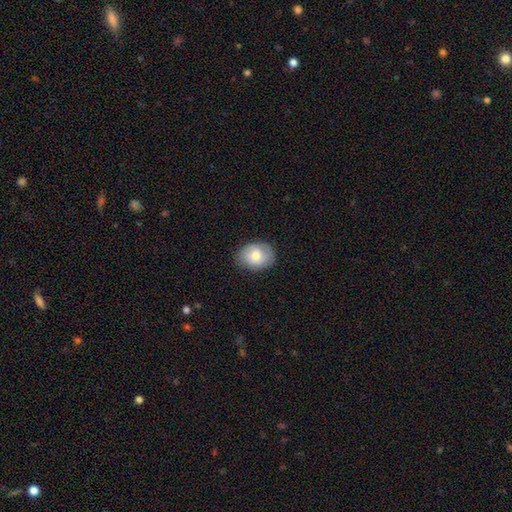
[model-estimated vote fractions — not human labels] Smooth or featured?
  - smooth: 68% *
  - featured or disk: 25%
  - star or artifact: 7%
How rounded?
  - in between: 59% *
  - round: 40%
  - cigar-shaped: 1%
Merging?
  - none: 80% *
  - minor disturbance: 15%
  - major disturbance: 3%
  - merger: 1%